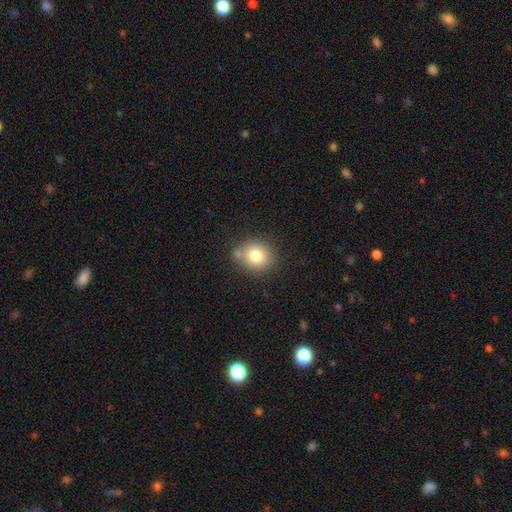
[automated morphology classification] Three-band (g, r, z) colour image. It shows a smooth galaxy with no disk features (79%) that is round (79%). Merging: none (71%).